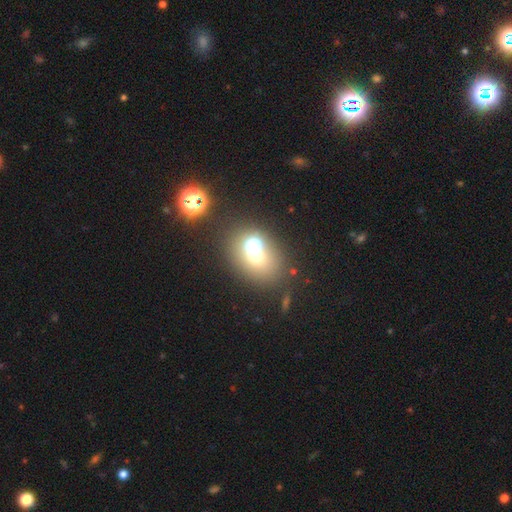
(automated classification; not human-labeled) The model was most divided on "merging": none: 54%, merger: 31%, minor disturbance: 10%, major disturbance: 5%. More confident: how rounded — round (62%); smooth or featured — smooth (56%).